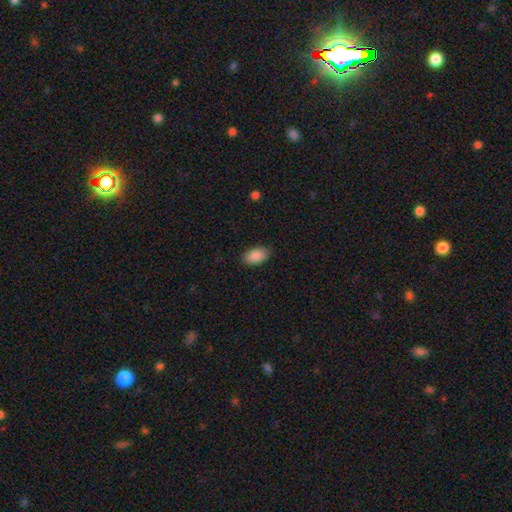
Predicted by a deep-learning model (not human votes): This appears to be a smooth galaxy with no disk features (89%) that is in between round and cigar-shaped (94%). Merging: none (88%).